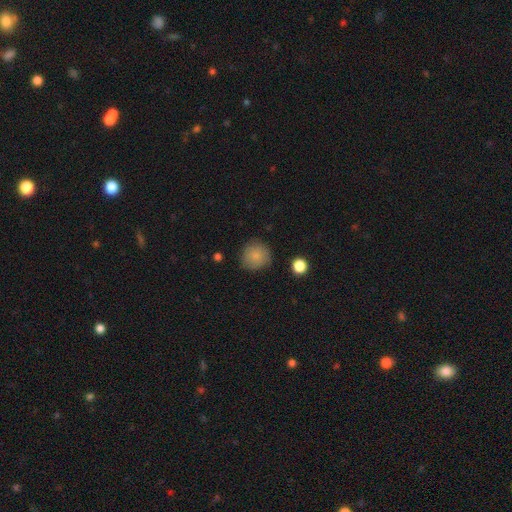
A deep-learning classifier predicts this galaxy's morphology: smooth-or-featured: smooth: 83% | star or artifact: 9% | featured or disk: 8%
  how-rounded: round: 92% | in between: 7% | cigar-shaped: 1%
  merging: none: 83% | minor disturbance: 13% | major disturbance: 3% | merger: 2%